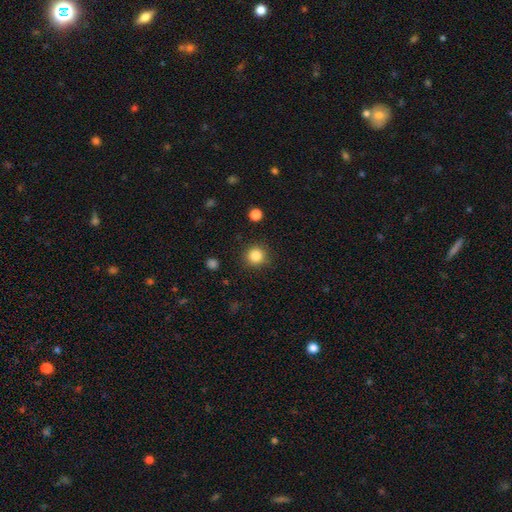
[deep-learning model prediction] Morphology: type=smooth (85%); roundness=round (93%); merging=none (89%).